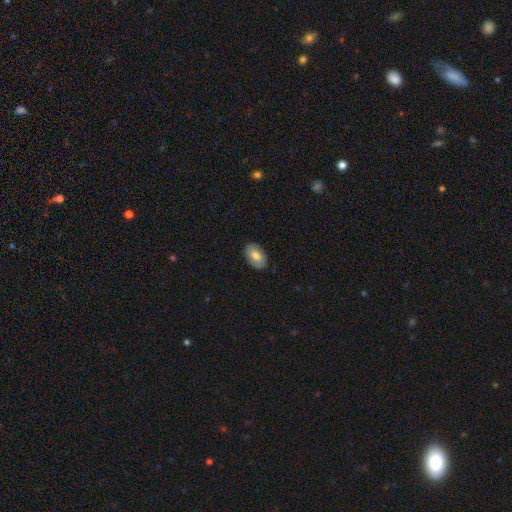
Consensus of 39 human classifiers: Smooth or featured? smooth (51%)
How rounded? in between (100%)
Merging? none (94%)